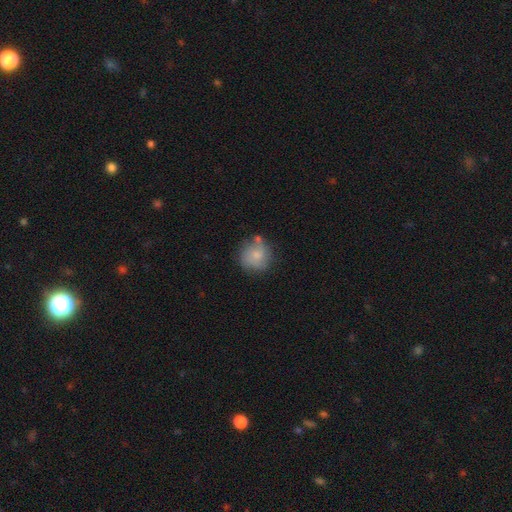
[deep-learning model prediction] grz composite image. It shows a smooth galaxy with no disk features (65%) that is round (85%). Merging: none (61%).